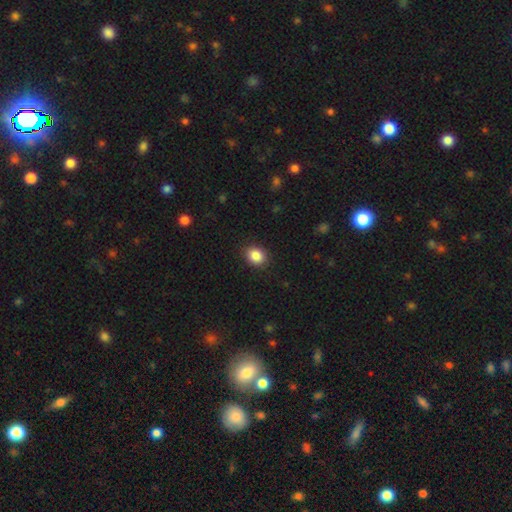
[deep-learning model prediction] Q: Smooth or featured?
A: smooth (87%); runner-up: star or artifact (9%)
Q: How rounded?
A: round (57%); runner-up: in between (42%)
Q: Merging?
A: none (89%); runner-up: minor disturbance (8%)